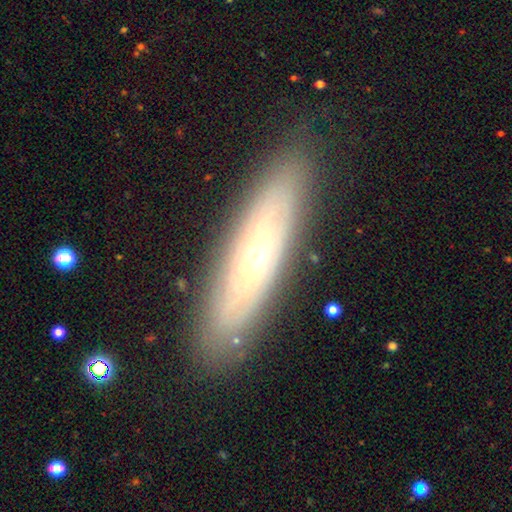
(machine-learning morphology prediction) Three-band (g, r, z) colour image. It shows a featured or disk galaxy (57%). Merging: none (86%).